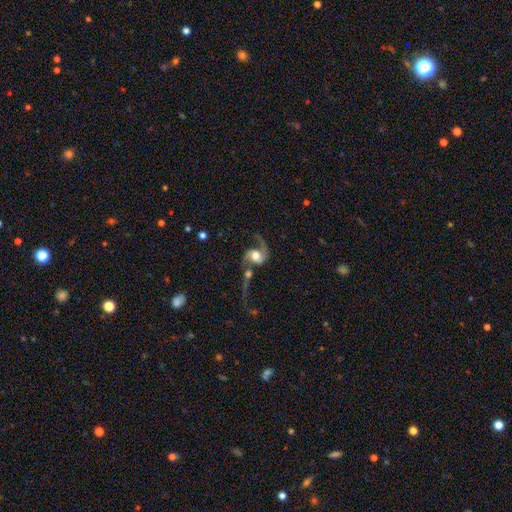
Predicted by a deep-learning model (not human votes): Overall: featured or disk (74%). Edge-on disk: no (97%). Bar: no (62%; weak 29%). Spiral arms: yes (92%). Spiral arm count: 2 (72%). Spiral winding: loose (73%). Bulge size: moderate (42%; large 41%). Merging: merger (32%; none 29%).